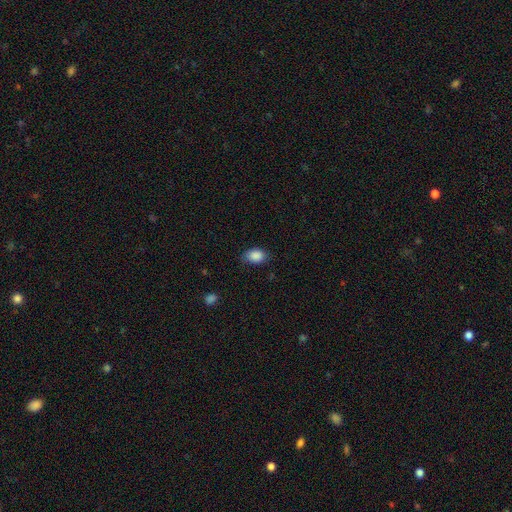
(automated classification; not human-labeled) Smooth or featured? smooth (88%)
How rounded? in between (79%)
Merging? none (76%)